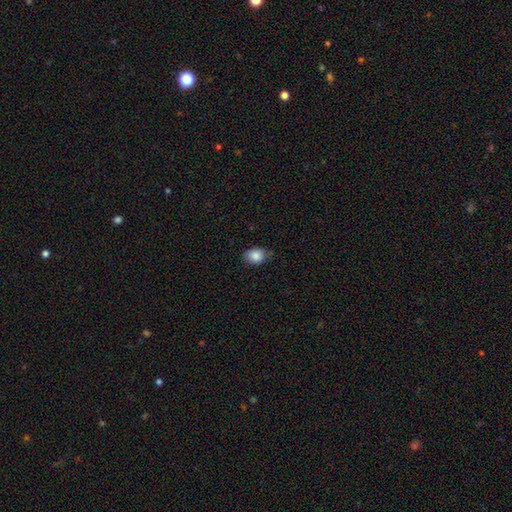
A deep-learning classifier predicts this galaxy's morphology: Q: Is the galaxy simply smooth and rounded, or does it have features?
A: smooth — 86%.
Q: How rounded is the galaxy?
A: in between — 70%.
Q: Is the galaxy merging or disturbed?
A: none — 73%.